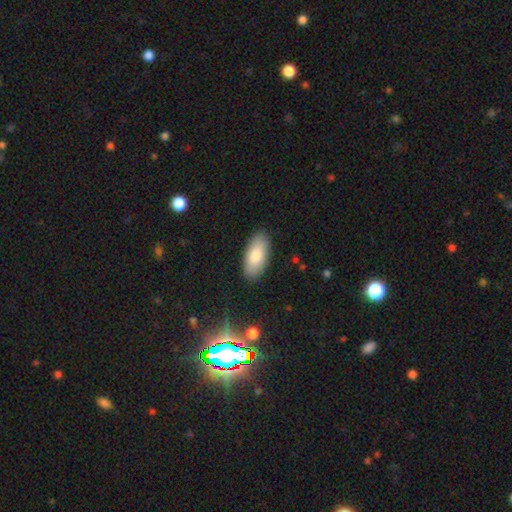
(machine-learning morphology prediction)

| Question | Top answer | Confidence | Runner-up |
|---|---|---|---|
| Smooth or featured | smooth | 81% | featured or disk (13%) |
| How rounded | in between | 90% | cigar-shaped (8%) |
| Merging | none | 88% | minor disturbance (9%) |